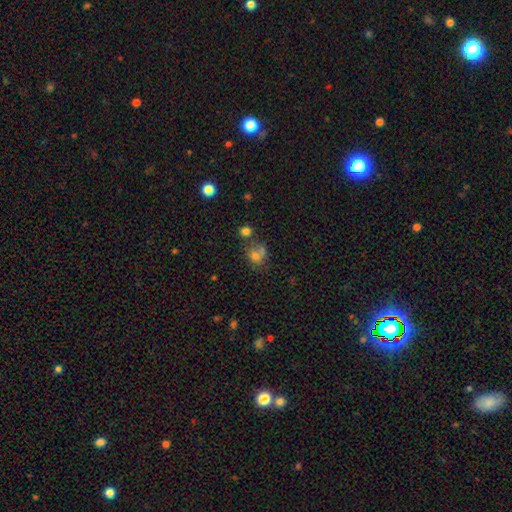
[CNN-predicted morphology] Q: Smooth or featured?
A: smooth (64%); runner-up: star or artifact (19%)
Q: How rounded?
A: round (59%); runner-up: in between (39%)
Q: Merging?
A: none (40%); runner-up: merger (35%)